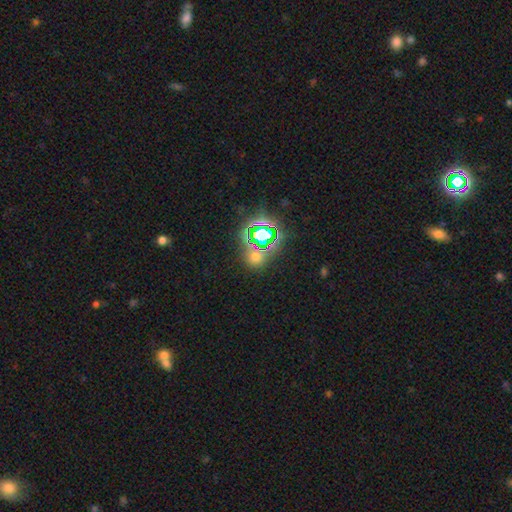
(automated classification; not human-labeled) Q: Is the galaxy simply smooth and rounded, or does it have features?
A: star or artifact — 57%.